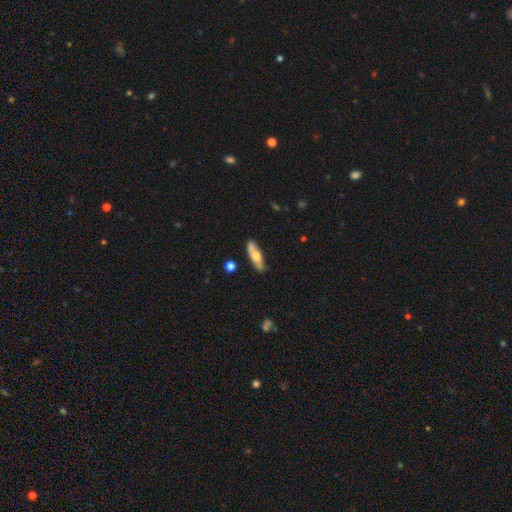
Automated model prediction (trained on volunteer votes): Smooth or featured: smooth — 49% (featured or disk — 46%)
Merging: none — 80% (minor disturbance — 14%)